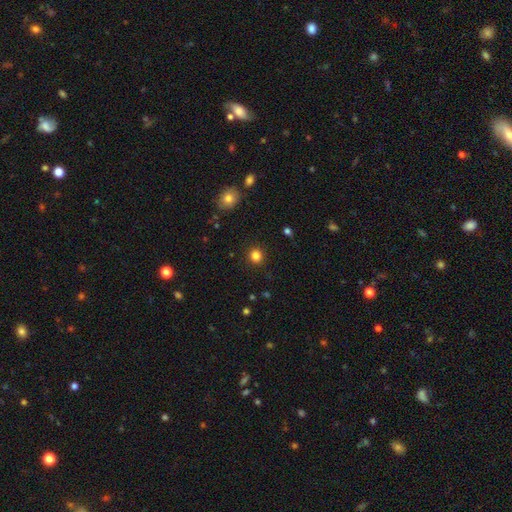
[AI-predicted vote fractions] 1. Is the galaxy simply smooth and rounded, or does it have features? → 83% smooth, 12% star or artifact, 4% featured or disk.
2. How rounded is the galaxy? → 89% round, 10% in between, 1% cigar-shaped.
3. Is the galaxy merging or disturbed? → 91% none, 6% minor disturbance, 2% major disturbance, 1% merger.